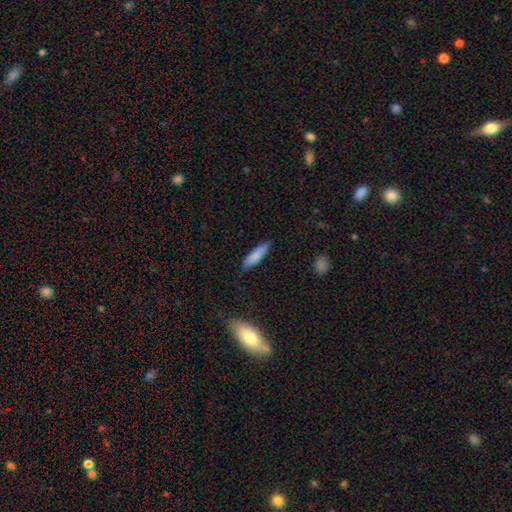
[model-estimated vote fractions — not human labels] Q: Smooth or featured?
A: smooth (82%); runner-up: featured or disk (12%)
Q: How rounded?
A: cigar-shaped (70%); runner-up: in between (28%)
Q: Merging?
A: none (82%); runner-up: minor disturbance (14%)